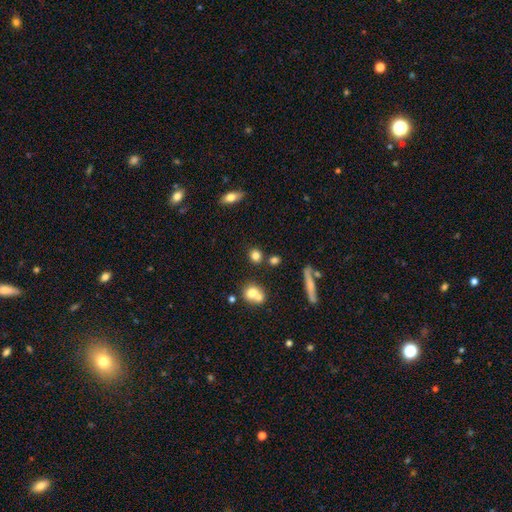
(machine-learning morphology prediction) Smooth or featured: smooth — 79% (star or artifact — 12%)
How rounded: round — 78% (in between — 19%)
Merging: none — 74% (merger — 13%)